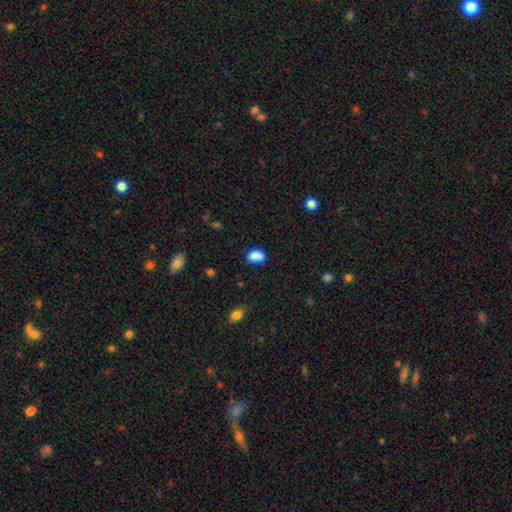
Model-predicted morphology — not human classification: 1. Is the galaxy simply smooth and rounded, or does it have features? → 79% smooth, 11% featured or disk, 11% star or artifact.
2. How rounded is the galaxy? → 75% in between, 24% round, 2% cigar-shaped.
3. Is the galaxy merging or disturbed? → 42% none, 32% merger, 19% minor disturbance, 7% major disturbance.